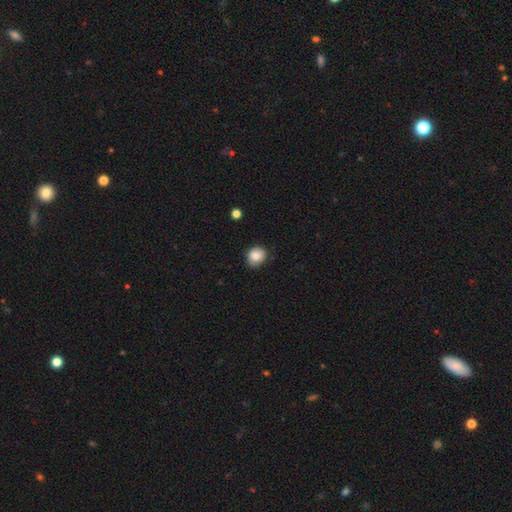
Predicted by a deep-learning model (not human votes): This is clearly a smooth galaxy (85%). How rounded: likely round (60%). Merging: clearly none (80%).